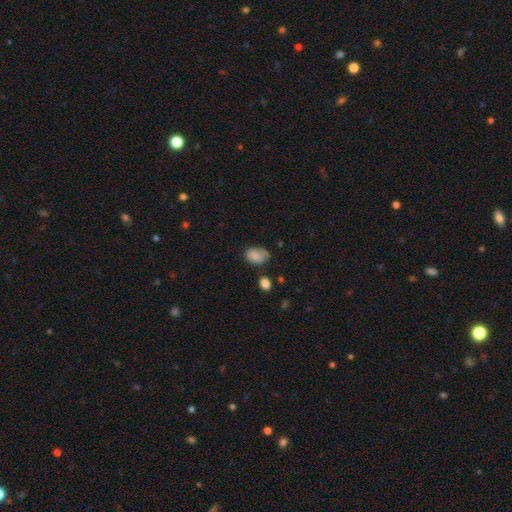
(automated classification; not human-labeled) Smooth or featured? smooth (82%)
How rounded? in between (80%)
Merging? none (54%)